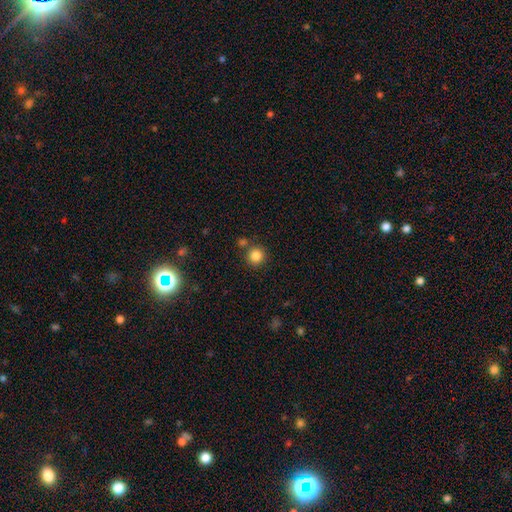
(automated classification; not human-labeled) The model was most divided on "merging": none: 80%, merger: 9%, minor disturbance: 8%, major disturbance: 3%. More confident: how rounded — round (93%); smooth or featured — smooth (84%).